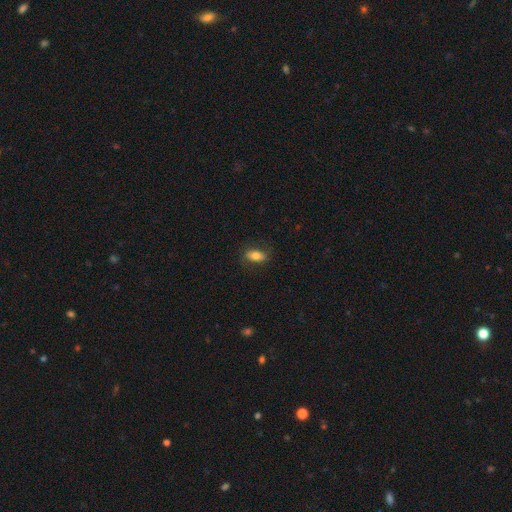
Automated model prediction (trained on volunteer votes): Morphology: type=smooth (76%); roundness=in between (86%); merging=none (81%).